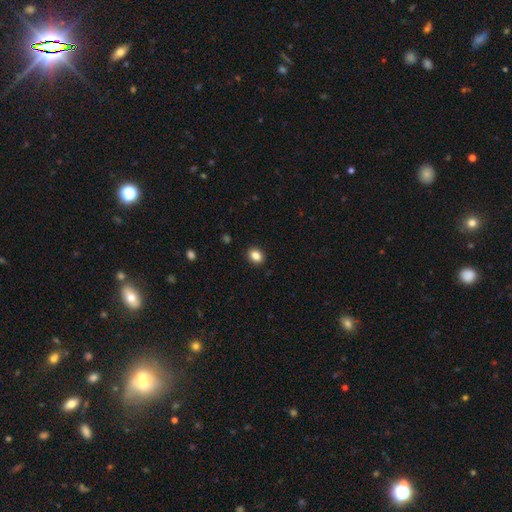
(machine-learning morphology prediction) smooth-or-featured: smooth: 86% | star or artifact: 9% | featured or disk: 5%
  how-rounded: in between: 61% | round: 38% | cigar-shaped: 1%
  merging: none: 91% | minor disturbance: 7% | major disturbance: 2% | merger: 1%